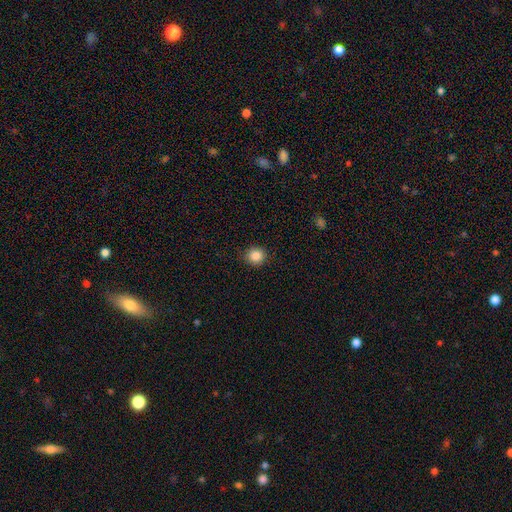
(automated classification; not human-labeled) smooth 86%, star or artifact 10%, featured or disk 3%. Down the decision tree: how rounded — round (91%); merging — none (90%).